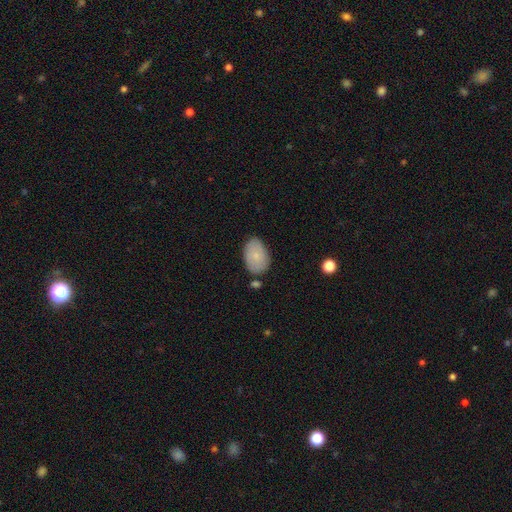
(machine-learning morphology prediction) This is clearly a smooth galaxy (81%). How rounded: clearly in between (89%). Merging: likely none (75%).